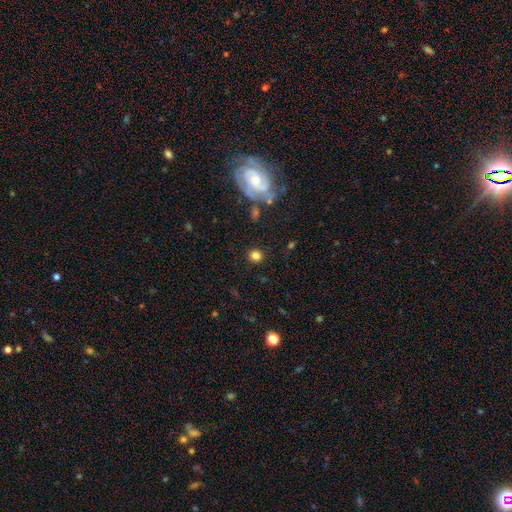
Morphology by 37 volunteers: This appears to be a smooth galaxy with no disk features (86%) that is round (94%). Merging: none (94%).